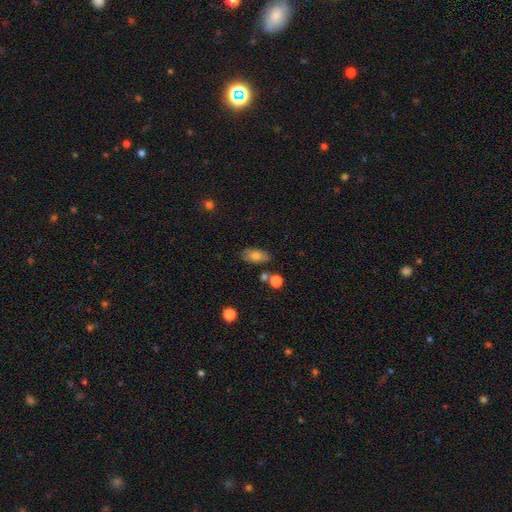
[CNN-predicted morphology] Overall: smooth (75%). How rounded: in between (89%). Merging: none (76%).